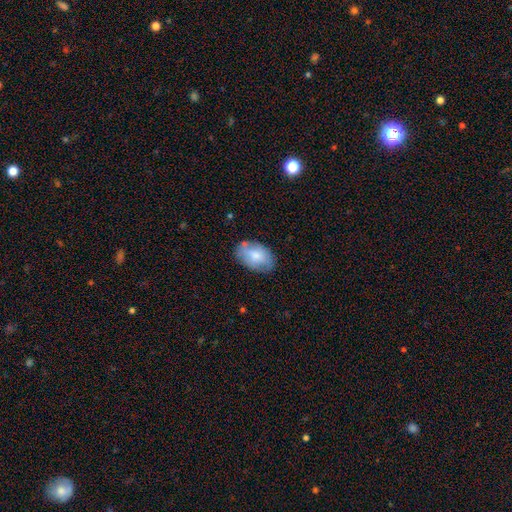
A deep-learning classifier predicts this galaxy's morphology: A smooth galaxy with no disk features (75%) that is in between round and cigar-shaped (91%). Merging: none (74%).